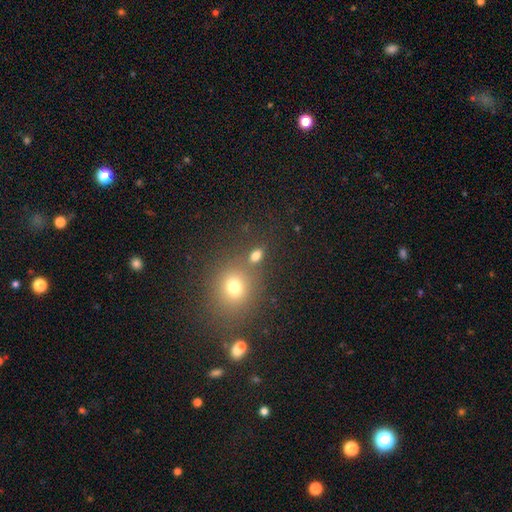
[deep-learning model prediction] Smooth or featured?
  - smooth: 75% *
  - star or artifact: 17%
  - featured or disk: 8%
How rounded?
  - in between: 61% *
  - round: 36%
  - cigar-shaped: 3%
Merging?
  - none: 69% *
  - merger: 16%
  - minor disturbance: 10%
  - major disturbance: 5%